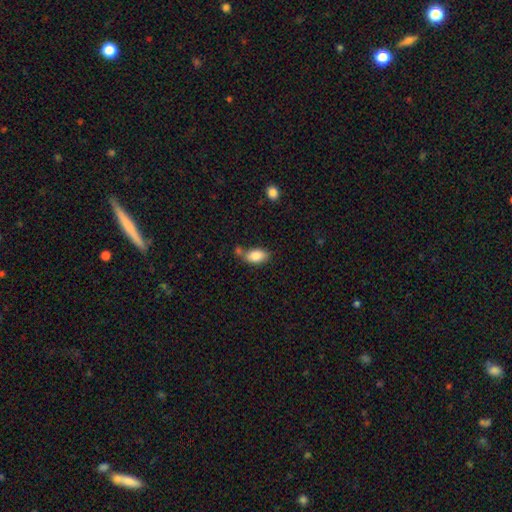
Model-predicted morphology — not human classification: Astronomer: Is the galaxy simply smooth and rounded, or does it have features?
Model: smooth — 85%.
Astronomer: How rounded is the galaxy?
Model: in between — 92%.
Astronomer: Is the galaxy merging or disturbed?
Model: none — 59%.